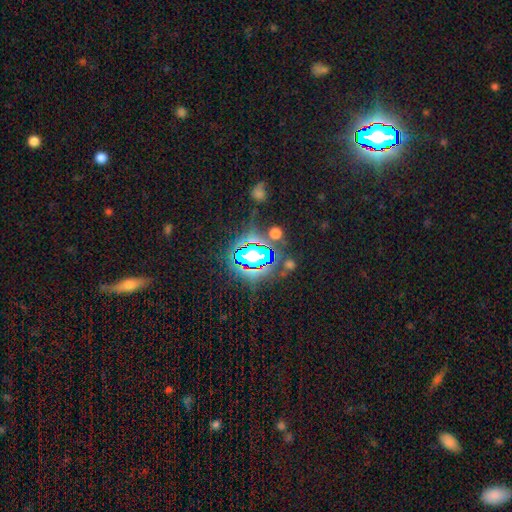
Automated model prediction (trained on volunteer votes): Q: Smooth or featured?
A: star or artifact (76%); runner-up: smooth (14%)